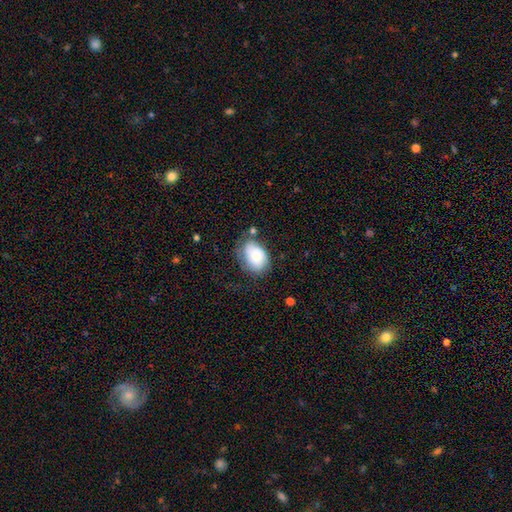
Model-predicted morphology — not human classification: A smooth galaxy with no disk features (69%) that is in between round and cigar-shaped (79%).

Vote fractions:
- Smooth or featured? smooth: 69% / featured or disk: 23% / star or artifact: 8%
- How rounded? in between: 79% / round: 20% / cigar-shaped: 1%
- Merging? none: 49% / minor disturbance: 32% / major disturbance: 14% / merger: 6%